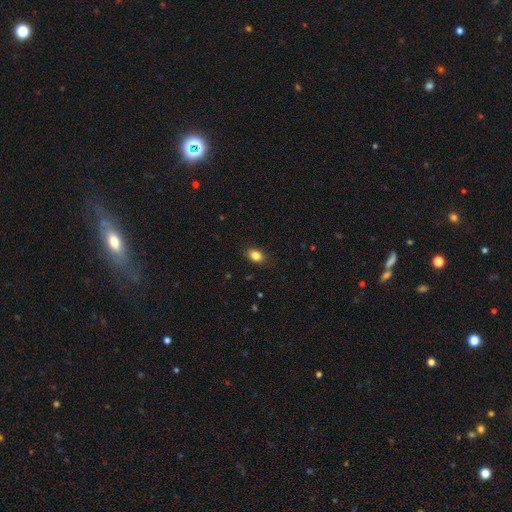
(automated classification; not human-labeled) This appears to be a smooth galaxy with no disk features (84%) that is in between round and cigar-shaped (80%). Merging: none (86%).